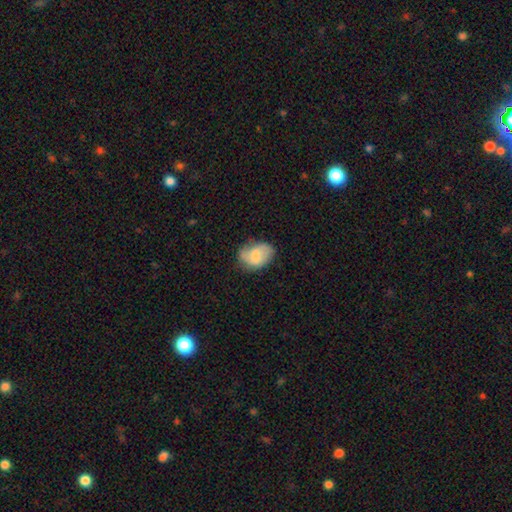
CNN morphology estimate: smooth 67%, featured or disk 26%, star or artifact 7%. Down the decision tree: how rounded — in between (76%); merging — none (55%).